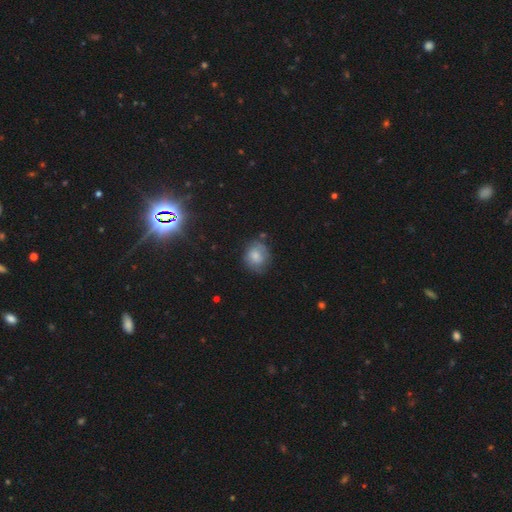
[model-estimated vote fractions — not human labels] This appears to be a smooth galaxy with no disk features (70%) that is round (65%). Merging: none (65%).